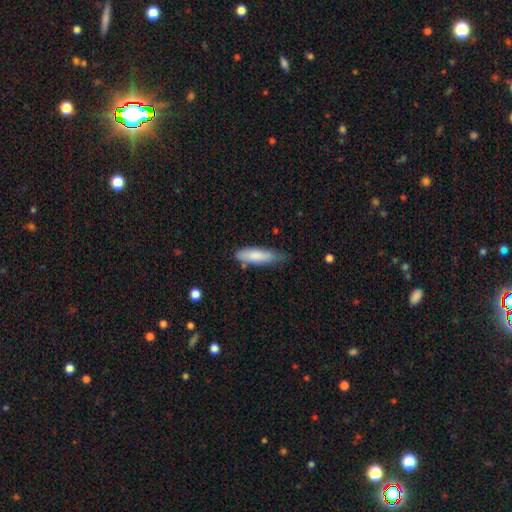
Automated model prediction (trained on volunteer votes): Smooth or featured: smooth — 82% (featured or disk — 13%)
How rounded: cigar-shaped — 58% (in between — 41%)
Merging: none — 59% (minor disturbance — 32%)